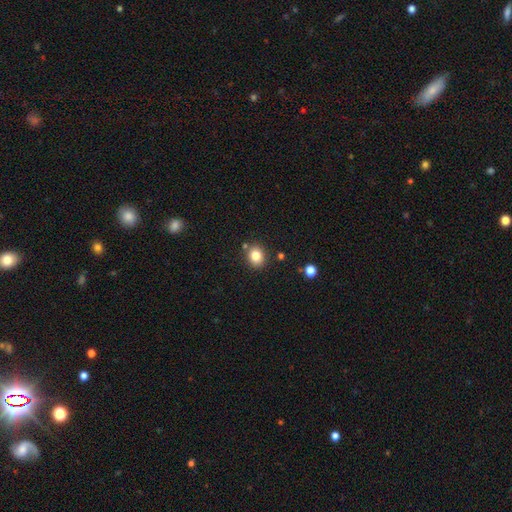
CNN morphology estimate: This appears to be a smooth galaxy with no disk features (82%) that is round (72%). Merging: none (83%).